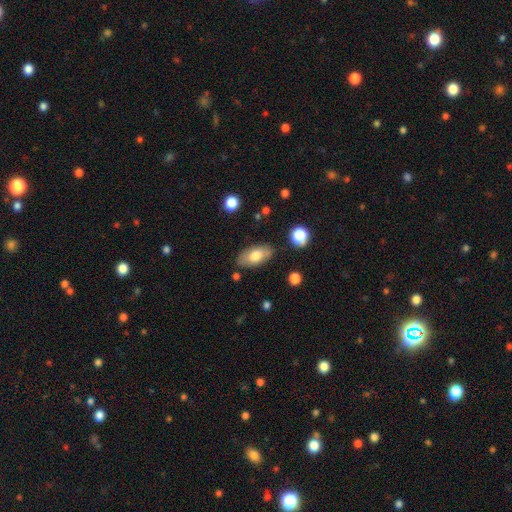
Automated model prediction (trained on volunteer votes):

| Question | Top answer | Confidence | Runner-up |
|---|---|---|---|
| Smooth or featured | smooth | 72% | featured or disk (21%) |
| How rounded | in between | 91% | cigar-shaped (5%) |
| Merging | none | 78% | minor disturbance (15%) |